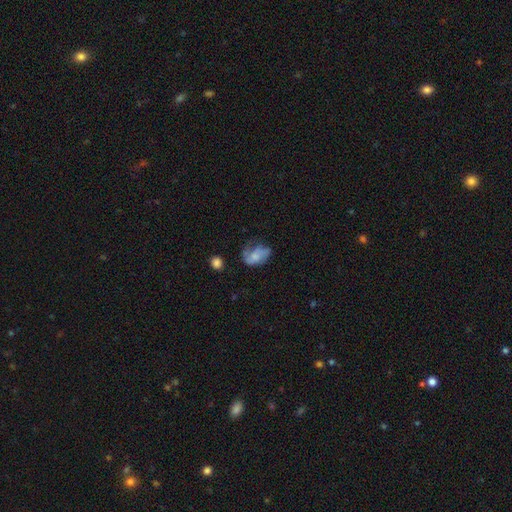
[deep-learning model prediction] This is possibly a smooth galaxy (55%). How rounded: clearly in between (84%). Merging: marginally none (33%).